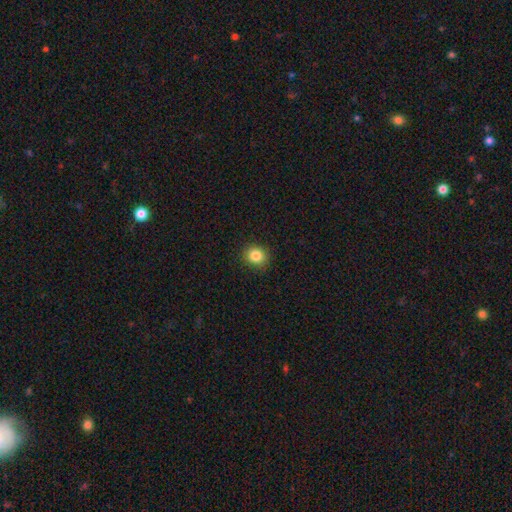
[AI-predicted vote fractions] Smooth or featured: smooth — 85% (star or artifact — 11%)
How rounded: round — 80% (in between — 19%)
Merging: none — 90% (minor disturbance — 7%)